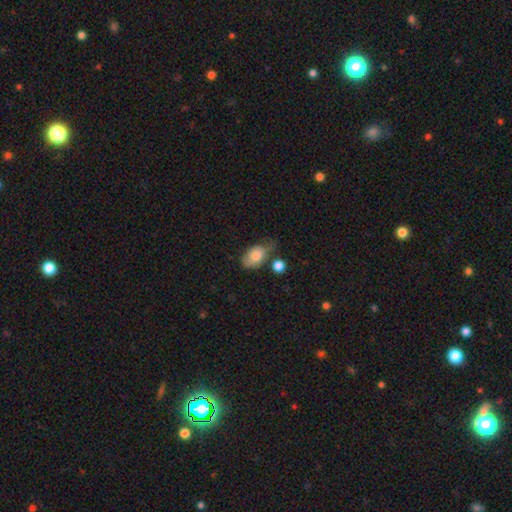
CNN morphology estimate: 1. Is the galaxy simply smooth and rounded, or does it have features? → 75% smooth, 17% featured or disk, 8% star or artifact.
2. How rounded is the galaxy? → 86% in between, 12% round, 2% cigar-shaped.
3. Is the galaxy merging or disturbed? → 40% none, 36% minor disturbance, 14% major disturbance, 9% merger.